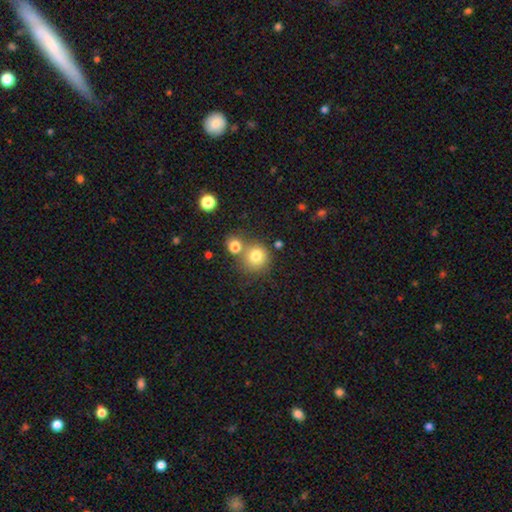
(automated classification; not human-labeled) Smooth or featured?
  - smooth: 78% *
  - star or artifact: 12%
  - featured or disk: 10%
How rounded?
  - round: 89% *
  - in between: 10%
  - cigar-shaped: 1%
Merging?
  - none: 56% *
  - merger: 30%
  - minor disturbance: 10%
  - major disturbance: 4%